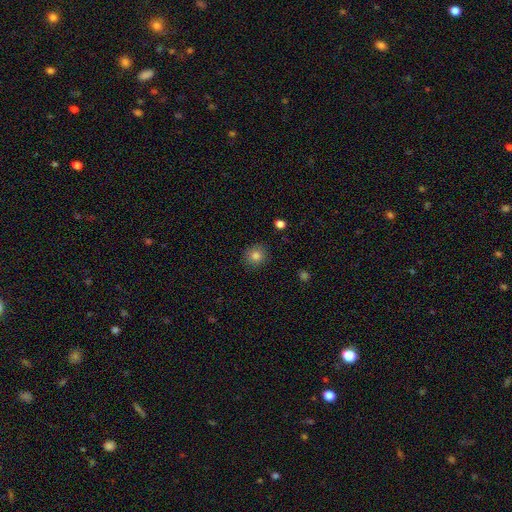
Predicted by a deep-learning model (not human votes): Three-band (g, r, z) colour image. It shows a smooth galaxy with no disk features (83%) that is round (83%). Merging: none (87%).